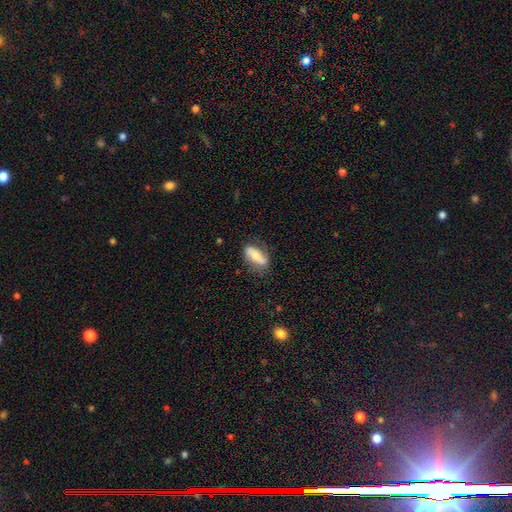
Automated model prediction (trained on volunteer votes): This is possibly a smooth galaxy (57%). How rounded: likely in between (77%). Merging: likely none (72%).